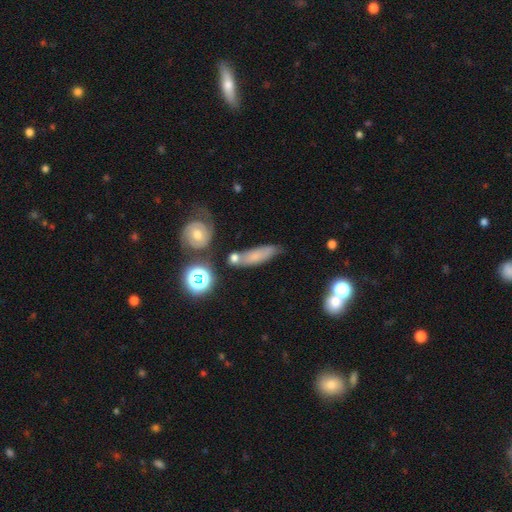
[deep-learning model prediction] Morphology: type=smooth (60%); roundness=cigar-shaped (54%); merging=none (61%).